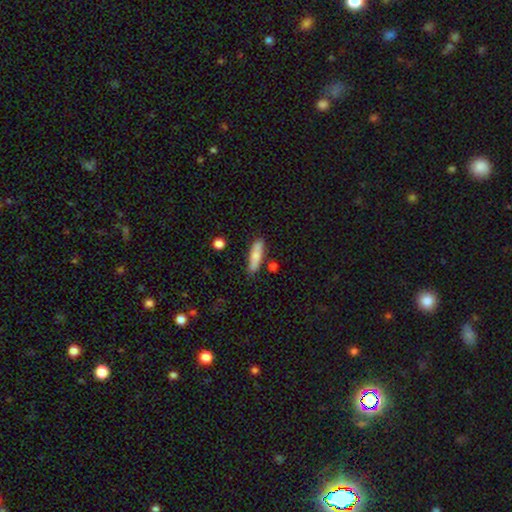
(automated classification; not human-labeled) This appears to be a smooth galaxy with no disk features (77%) that is cigar-shaped (61%). Merging: none (80%).